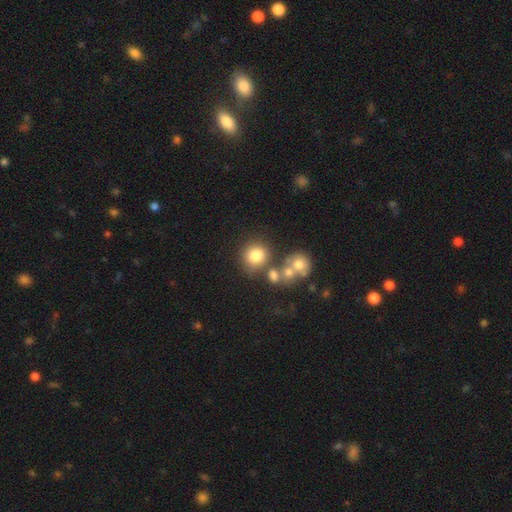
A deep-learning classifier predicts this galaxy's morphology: This appears to be a smooth galaxy with no disk features (77%) that is round (84%). Merging: none (61%).